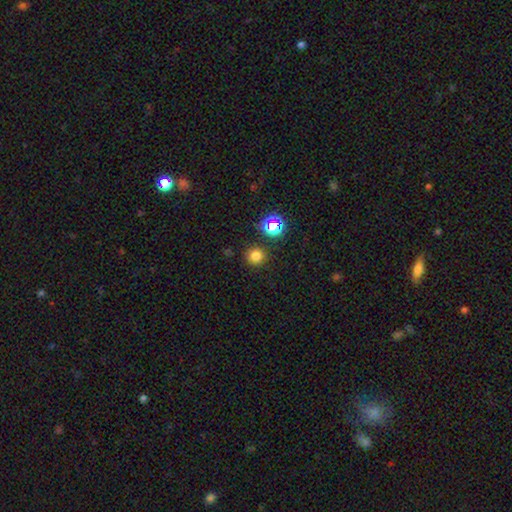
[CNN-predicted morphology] Smooth or featured? Predicted: smooth (p=0.76). How rounded? Predicted: round (p=0.92). Merging? Predicted: none (p=0.88).